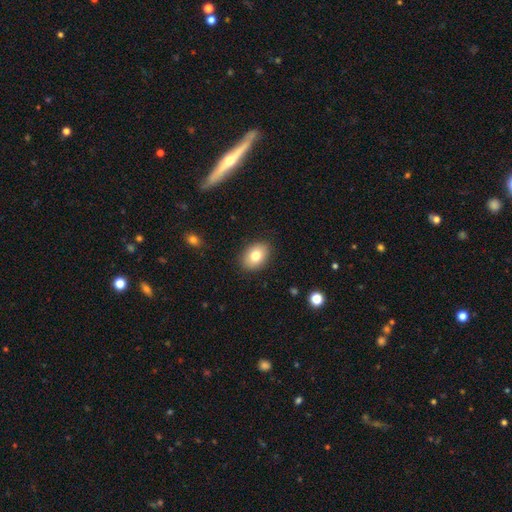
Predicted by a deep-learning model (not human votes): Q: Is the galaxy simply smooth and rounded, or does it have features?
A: smooth — 80%.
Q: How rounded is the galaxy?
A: in between — 79%.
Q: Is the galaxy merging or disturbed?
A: none — 88%.